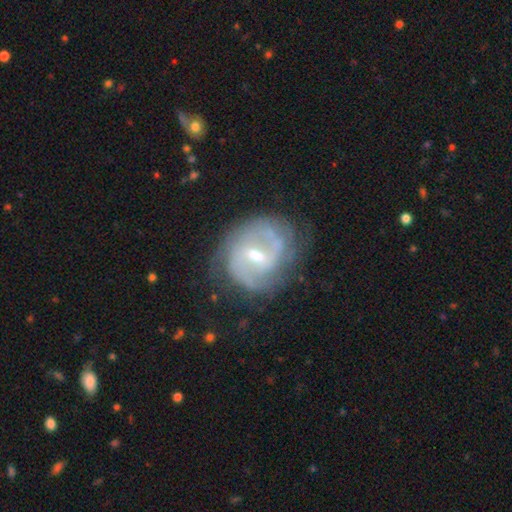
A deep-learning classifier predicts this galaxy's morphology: smooth_or_featured: featured or disk (p=0.80) [alt: smooth p=0.13]
disk_edge_on: no (p=0.97) [alt: yes p=0.03]
bar: weak (p=0.60) [alt: no p=0.20]
has_spiral_arms: yes (p=0.89) [alt: no p=0.11]
spiral_winding: medium (p=0.44) [alt: tight p=0.36]
spiral_arm_count: 2 (p=0.60) [alt: can't tell p=0.21]
bulge_size: moderate (p=0.50) [alt: small p=0.44]
merging: none (p=0.61) [alt: minor disturbance p=0.23]